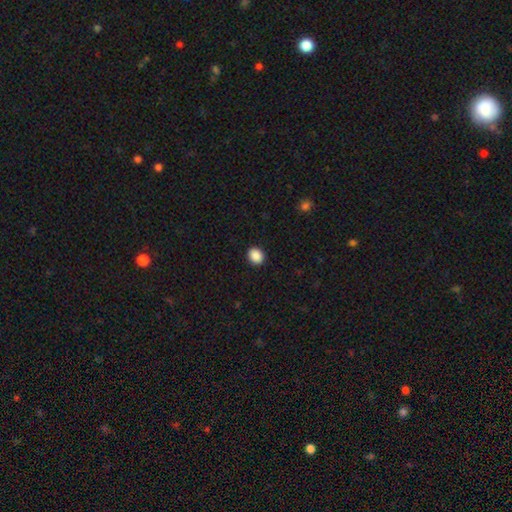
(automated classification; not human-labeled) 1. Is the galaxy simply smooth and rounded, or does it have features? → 89% smooth, 9% star or artifact, 2% featured or disk.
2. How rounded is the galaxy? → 64% round, 35% in between, 1% cigar-shaped.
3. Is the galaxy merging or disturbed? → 92% none, 6% minor disturbance, 2% major disturbance, 1% merger.